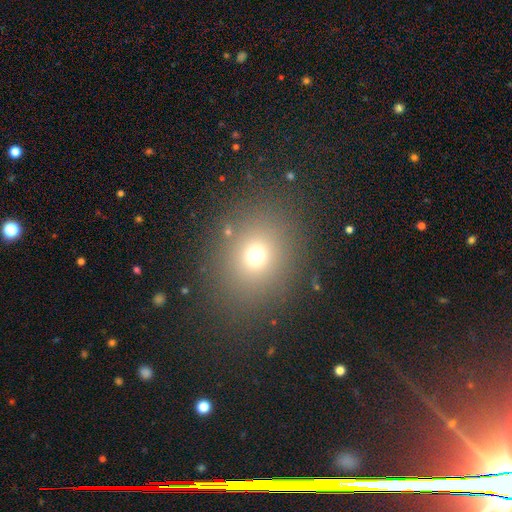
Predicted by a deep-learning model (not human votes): Smooth or featured: smooth — 69% (star or artifact — 21%)
How rounded: round — 70% (in between — 29%)
Merging: none — 85% (minor disturbance — 8%)